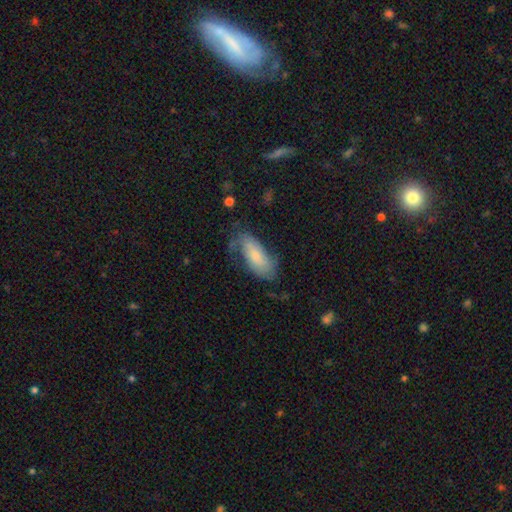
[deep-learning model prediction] smooth-or-featured: smooth: 60% | featured or disk: 33% | star or artifact: 7%
  how-rounded: in between: 82% | cigar-shaped: 16% | round: 2%
  merging: none: 52% | minor disturbance: 30% | major disturbance: 15% | merger: 2%